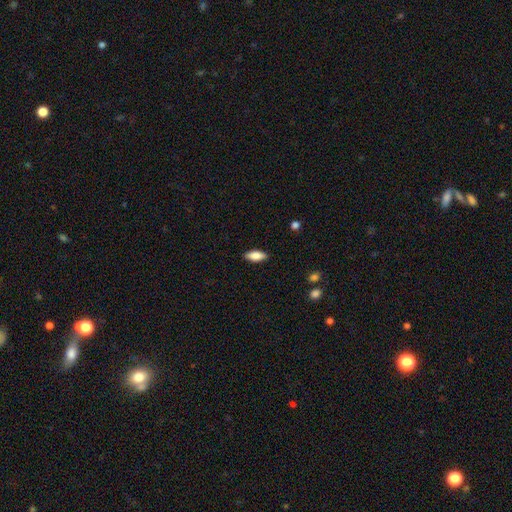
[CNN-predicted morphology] type=smooth (80%); roundness=in between (80%); merging=none (87%).